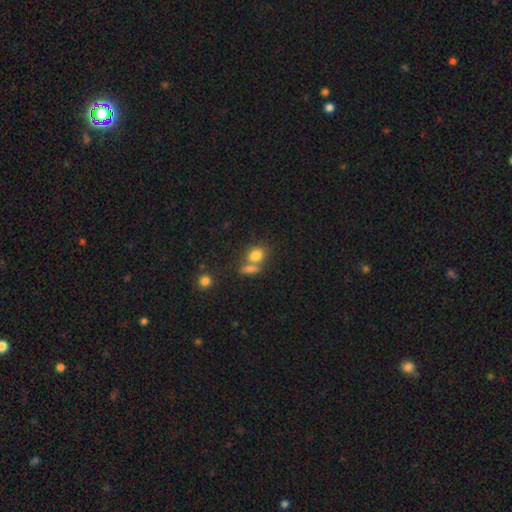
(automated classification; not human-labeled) smooth-or-featured: smooth: 81% | star or artifact: 11% | featured or disk: 9%
  how-rounded: round: 49% | in between: 48% | cigar-shaped: 2%
  merging: merger: 44% | none: 42% | minor disturbance: 10% | major disturbance: 5%